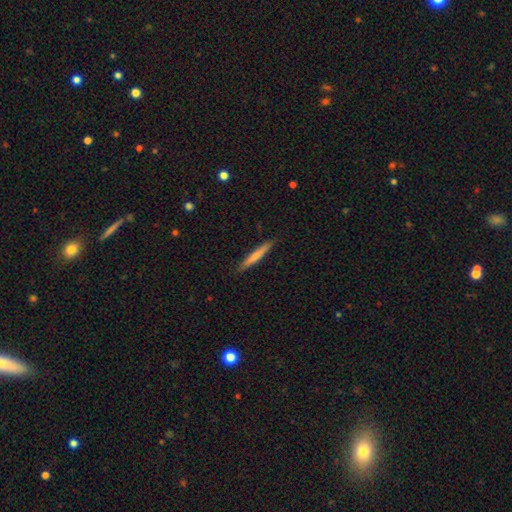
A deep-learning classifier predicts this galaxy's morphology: The model was most divided on "smooth or featured": smooth: 68%, featured or disk: 26%, star or artifact: 6%. More confident: how rounded — cigar-shaped (95%); merging — none (90%).